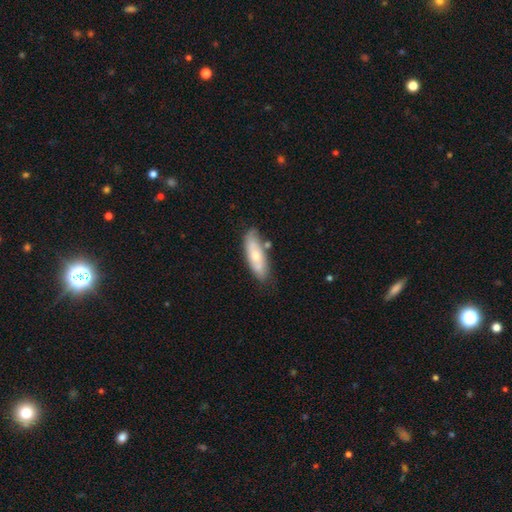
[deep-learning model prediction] A smooth galaxy with no disk features (57%) that is in between round and cigar-shaped (57%). Merging: none (69%).